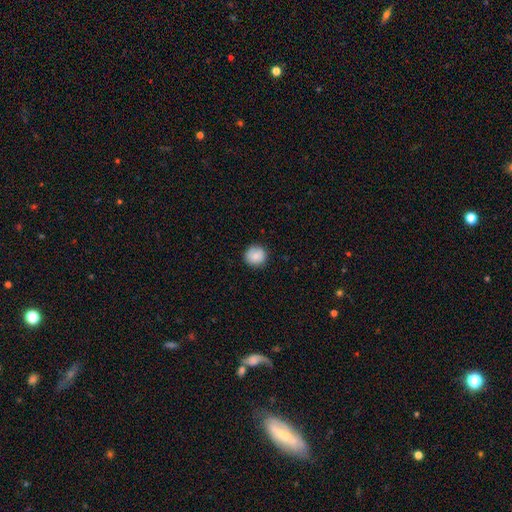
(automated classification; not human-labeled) This is clearly a smooth galaxy (86%). How rounded: clearly round (93%). Merging: clearly none (87%).